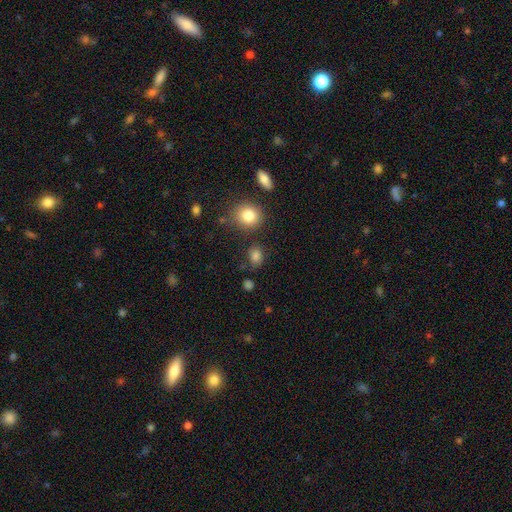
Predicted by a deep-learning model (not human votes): Q: Smooth or featured?
A: smooth (82%); runner-up: star or artifact (13%)
Q: How rounded?
A: round (54%); runner-up: in between (45%)
Q: Merging?
A: none (76%); runner-up: minor disturbance (14%)